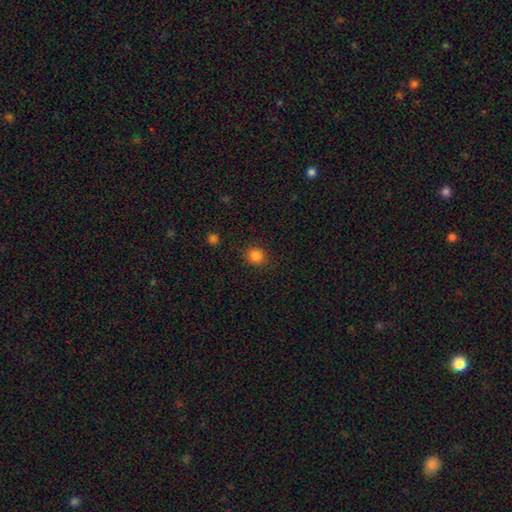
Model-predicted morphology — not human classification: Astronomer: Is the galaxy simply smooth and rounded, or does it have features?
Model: smooth — 85%.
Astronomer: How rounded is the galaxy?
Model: round — 85%.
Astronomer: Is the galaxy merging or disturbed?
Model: none — 88%.